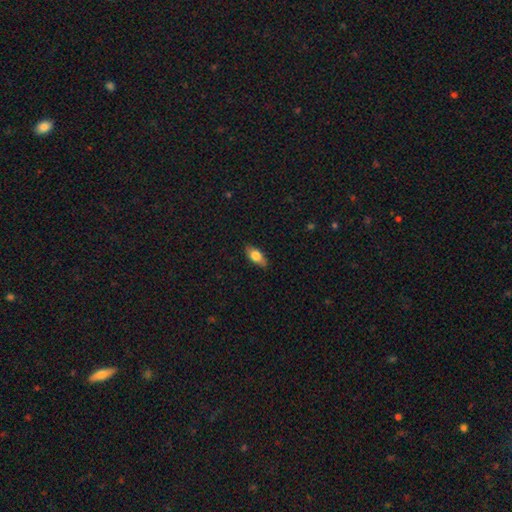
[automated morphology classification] A smooth galaxy with no disk features (73%) that is in between round and cigar-shaped (84%). Merging: none (84%).